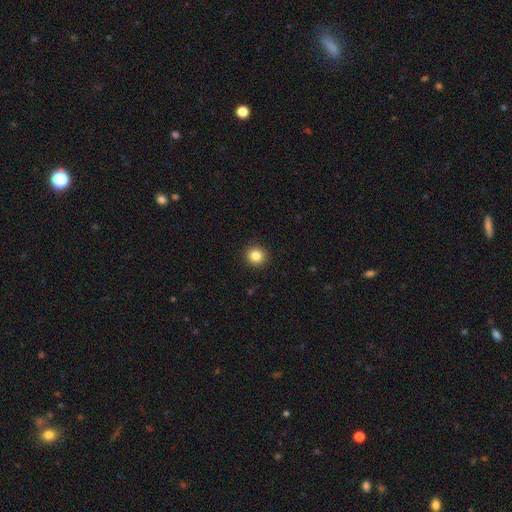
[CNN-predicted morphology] A smooth galaxy with no disk features (84%) that is round (94%).

Vote fractions:
- Smooth or featured? smooth: 84% / star or artifact: 11% / featured or disk: 5%
- How rounded? round: 94% / in between: 5% / cigar-shaped: 1%
- Merging? none: 92% / minor disturbance: 5% / major disturbance: 2% / merger: 1%